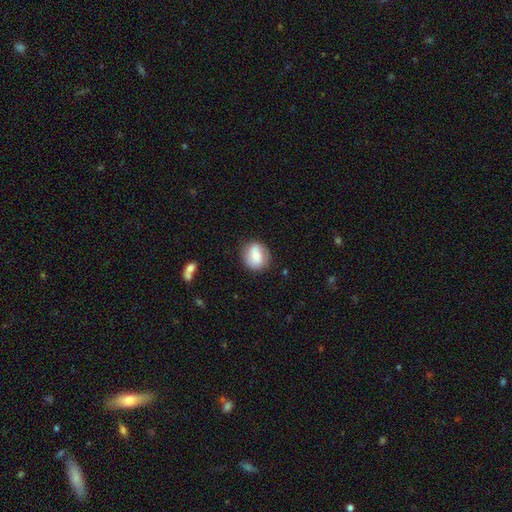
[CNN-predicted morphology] This is likely a smooth galaxy (64%). How rounded: likely round (74%). Merging: clearly none (81%).